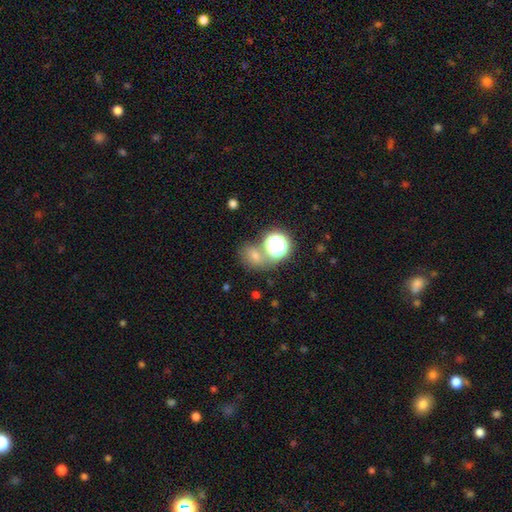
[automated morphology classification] type=smooth (47%); merging=none (62%).